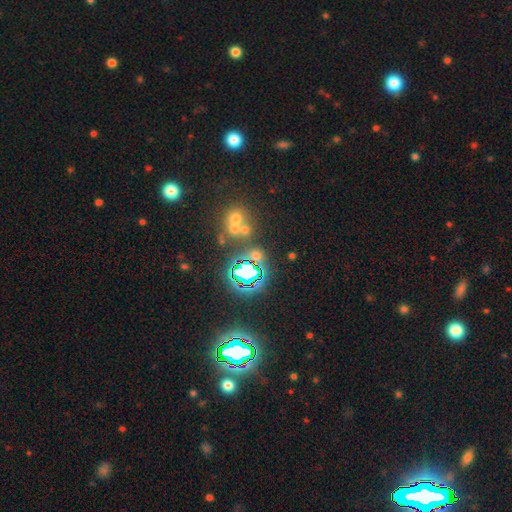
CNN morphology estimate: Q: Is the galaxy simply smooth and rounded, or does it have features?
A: star or artifact — 50%.